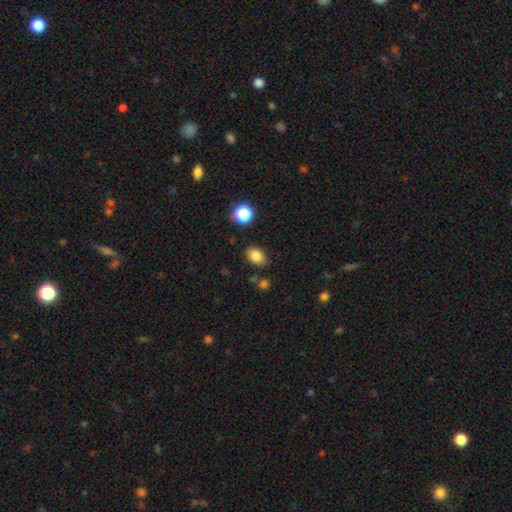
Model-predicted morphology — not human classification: type=smooth (82%); roundness=in between (76%); merging=none (80%).